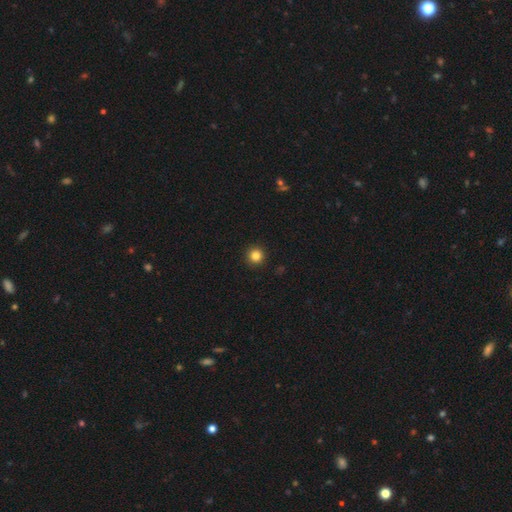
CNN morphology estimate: smooth 84%, star or artifact 12%, featured or disk 4%. Down the decision tree: how rounded — round (96%); merging — none (93%).